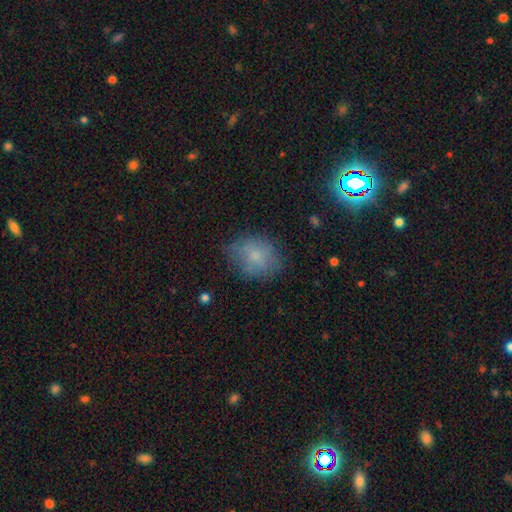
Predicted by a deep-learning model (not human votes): This is likely a smooth galaxy (70%). How rounded: possibly round (50%). Merging: likely none (64%).